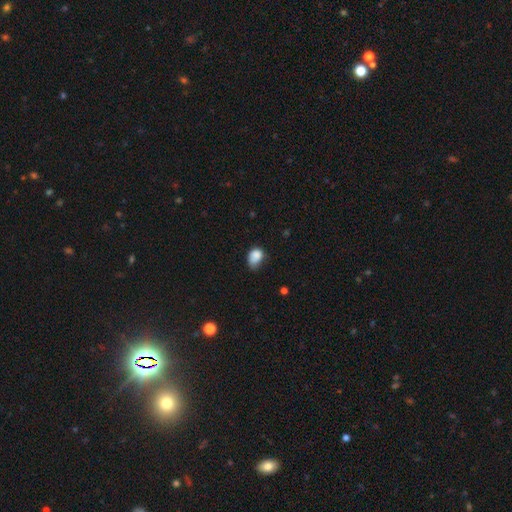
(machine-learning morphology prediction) The model was most divided on "merging": minor disturbance: 43%, none: 41%, major disturbance: 13%, merger: 3%. More confident: smooth or featured — smooth (84%); how rounded — in between (73%).